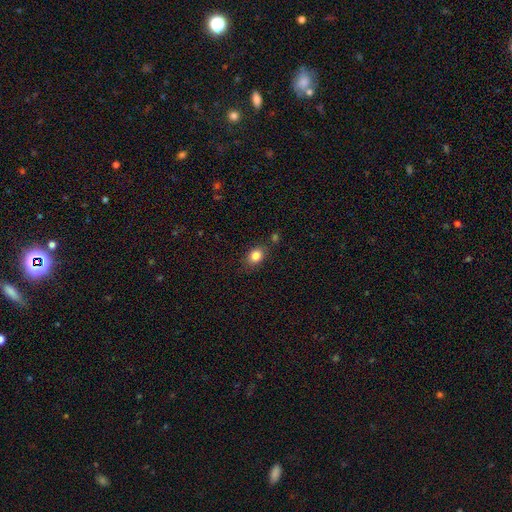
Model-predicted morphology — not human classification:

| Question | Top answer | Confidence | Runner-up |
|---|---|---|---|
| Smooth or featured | smooth | 84% | star or artifact (10%) |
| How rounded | in between | 64% | round (35%) |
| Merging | none | 79% | minor disturbance (13%) |